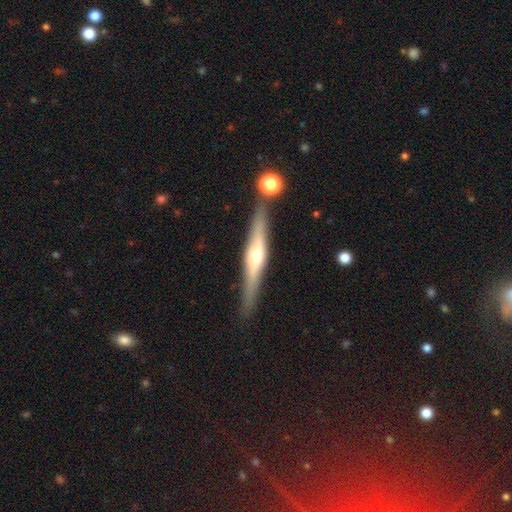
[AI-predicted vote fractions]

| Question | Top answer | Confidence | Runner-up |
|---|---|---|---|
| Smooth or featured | featured or disk | 71% | smooth (23%) |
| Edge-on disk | yes | 96% | no (4%) |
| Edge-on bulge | rounded | 83% | boxy (10%) |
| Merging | none | 84% | minor disturbance (9%) |